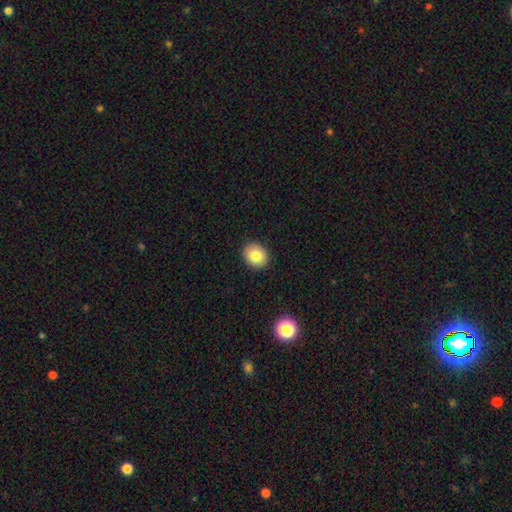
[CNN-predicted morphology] Q: Smooth or featured?
A: smooth (80%); runner-up: featured or disk (10%)
Q: How rounded?
A: round (66%); runner-up: in between (33%)
Q: Merging?
A: none (91%); runner-up: minor disturbance (6%)